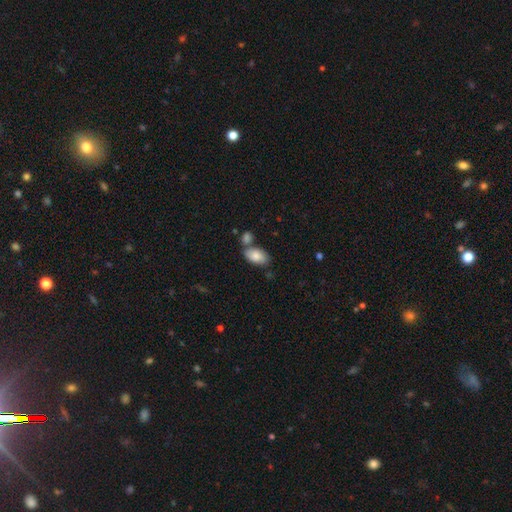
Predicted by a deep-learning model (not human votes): Overall: smooth (83%). How rounded: in between (93%). Merging: none (57%; merger 24%).